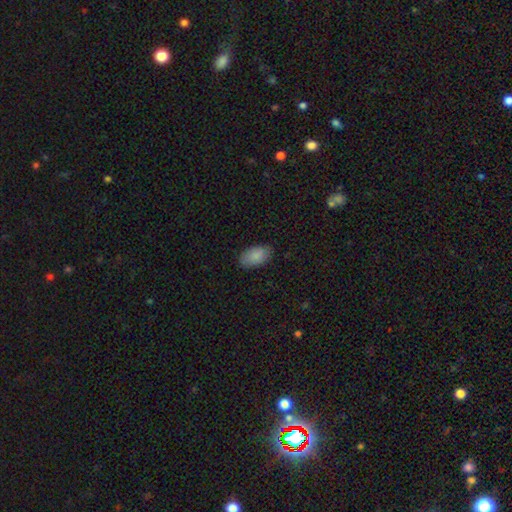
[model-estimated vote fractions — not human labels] Smooth or featured?
  - smooth: 88% *
  - star or artifact: 6%
  - featured or disk: 5%
How rounded?
  - in between: 95% *
  - round: 3%
  - cigar-shaped: 2%
Merging?
  - none: 83% *
  - minor disturbance: 13%
  - major disturbance: 3%
  - merger: 1%